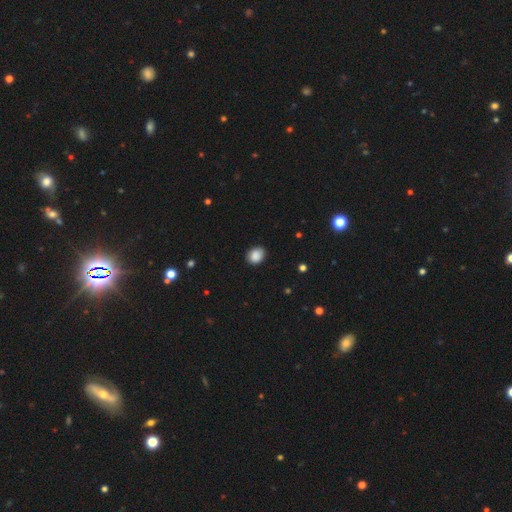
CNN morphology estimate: Smooth or featured? Predicted: smooth (p=0.88). How rounded? Predicted: round (p=0.53). Merging? Predicted: none (p=0.86).